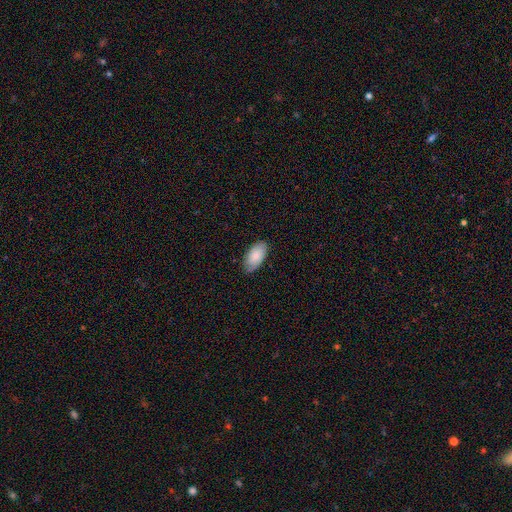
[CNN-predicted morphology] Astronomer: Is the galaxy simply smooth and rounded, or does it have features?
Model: smooth — 79%.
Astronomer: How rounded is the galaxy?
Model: in between — 95%.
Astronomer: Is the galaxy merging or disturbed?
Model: none — 79%.